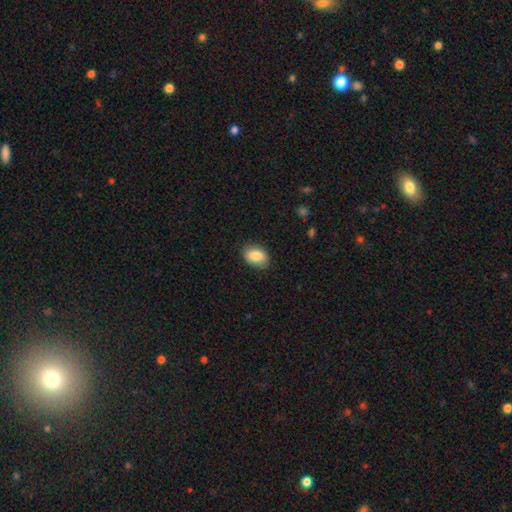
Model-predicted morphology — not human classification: type=smooth (85%); roundness=in between (84%); merging=none (83%).